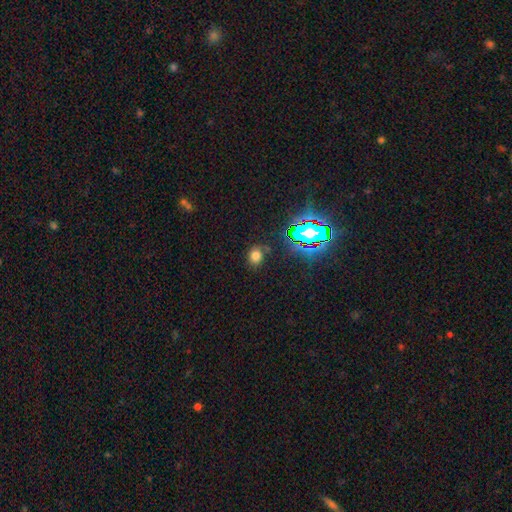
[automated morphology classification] A smooth galaxy with no disk features (69%) that is round (65%). Merging: none (79%).